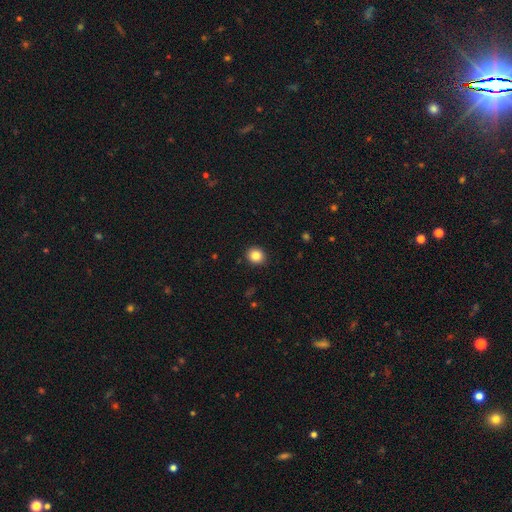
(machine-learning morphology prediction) Smooth or featured: smooth — 84% (star or artifact — 10%)
How rounded: round — 77% (in between — 22%)
Merging: none — 92% (minor disturbance — 6%)